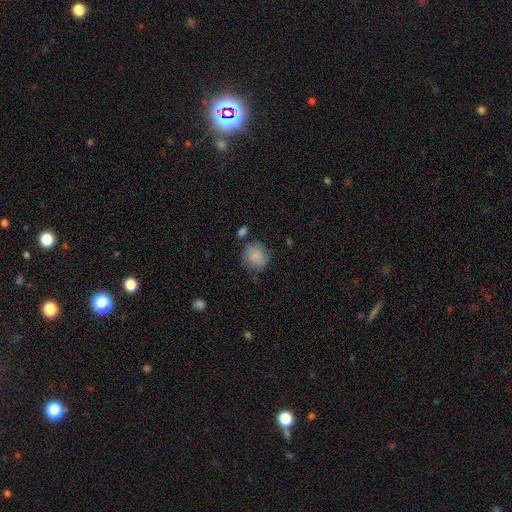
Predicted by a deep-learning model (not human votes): This is clearly a smooth galaxy (83%). How rounded: likely round (76%). Merging: likely none (68%).